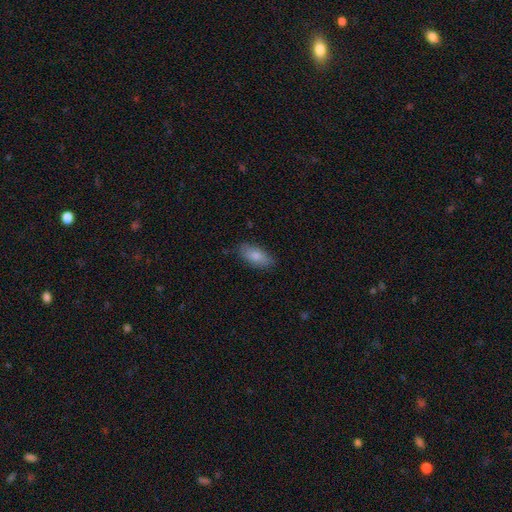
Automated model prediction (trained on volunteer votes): This appears to be a smooth galaxy with no disk features (82%) that is in between round and cigar-shaped (89%). Merging: none (81%).